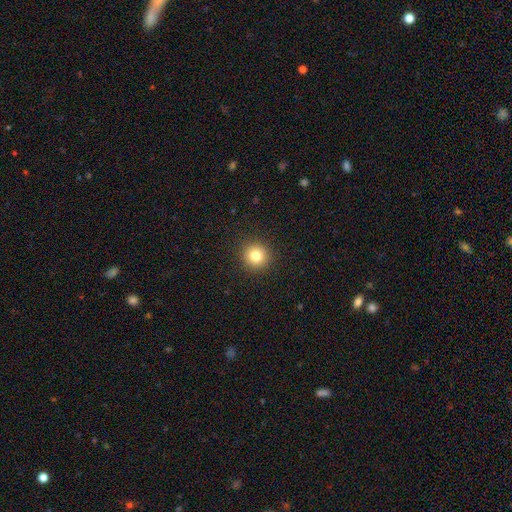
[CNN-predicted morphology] Smooth or featured? smooth (81%)
How rounded? round (94%)
Merging? none (92%)